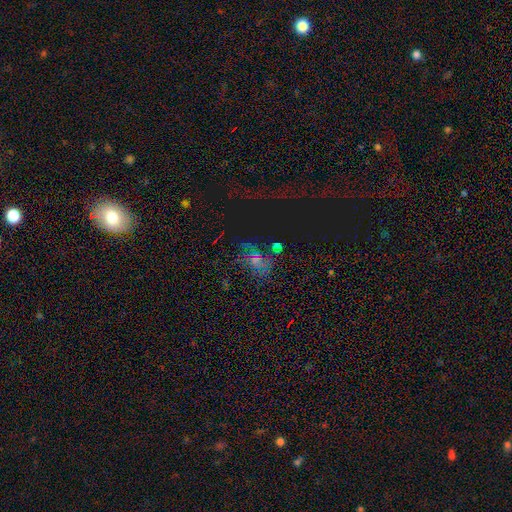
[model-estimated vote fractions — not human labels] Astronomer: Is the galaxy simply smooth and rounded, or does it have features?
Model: star or artifact — 35% (runner-up: featured or disk, 33%).